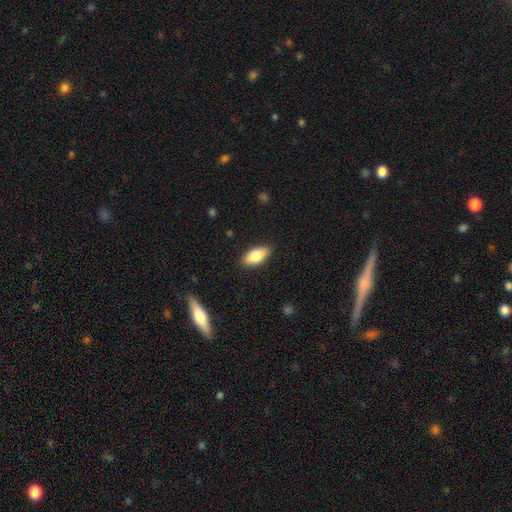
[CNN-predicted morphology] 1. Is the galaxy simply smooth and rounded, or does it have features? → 83% smooth, 11% featured or disk, 6% star or artifact.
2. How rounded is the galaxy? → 87% in between, 10% cigar-shaped, 3% round.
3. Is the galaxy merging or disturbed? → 87% none, 9% minor disturbance, 2% major disturbance, 1% merger.